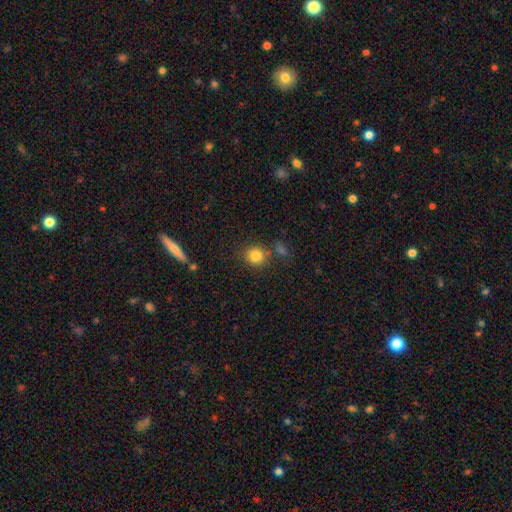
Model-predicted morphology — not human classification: smooth 83%, star or artifact 11%, featured or disk 6%. Down the decision tree: how rounded — round (82%); merging — none (75%).